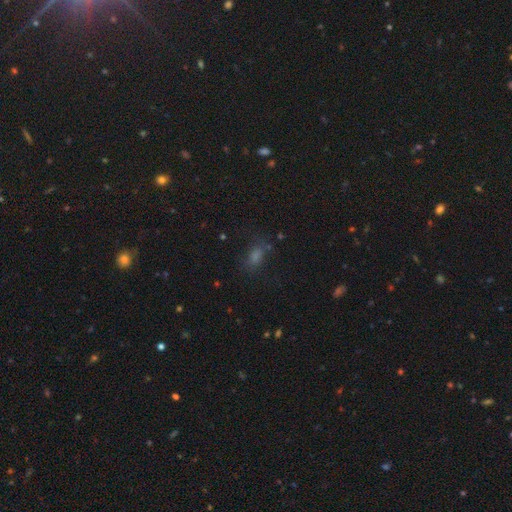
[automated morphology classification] smooth 54%, star or artifact 34%, featured or disk 12%. Down the decision tree: how rounded — in between (74%); merging — none (71%).